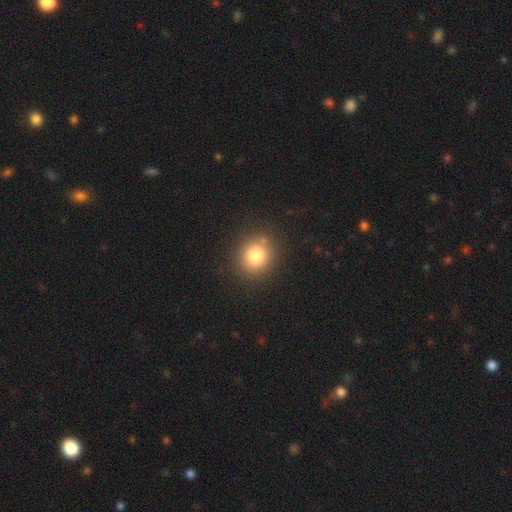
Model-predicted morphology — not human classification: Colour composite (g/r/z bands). It shows a smooth galaxy with no disk features (81%) that is round (77%). Merging: none (86%).